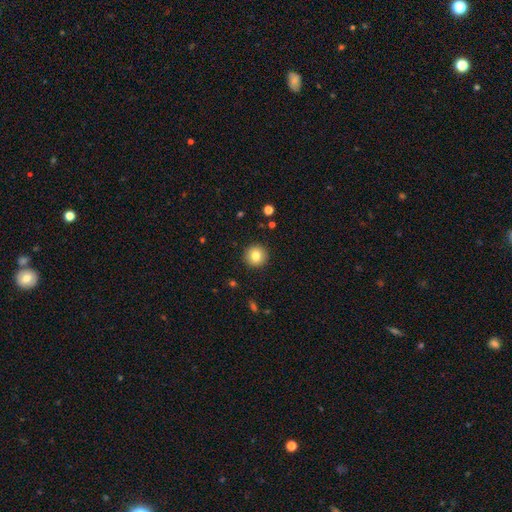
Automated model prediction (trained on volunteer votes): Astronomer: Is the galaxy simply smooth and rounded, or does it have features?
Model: smooth — 82%.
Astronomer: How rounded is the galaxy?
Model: round — 95%.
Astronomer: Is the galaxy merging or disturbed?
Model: none — 92%.